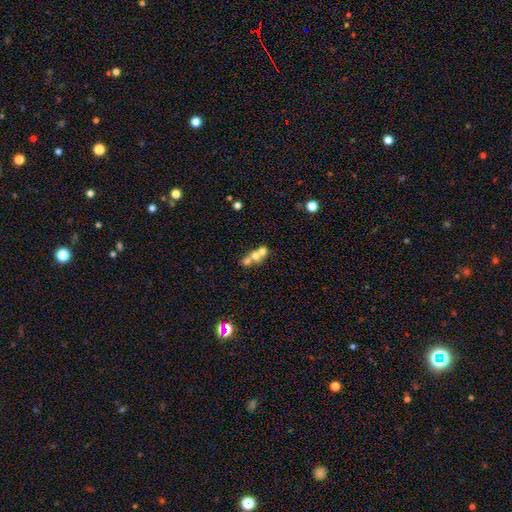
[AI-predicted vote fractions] smooth 58%, featured or disk 28%, star or artifact 14%. Down the decision tree: how rounded — round (67%); merging — merger (65%).